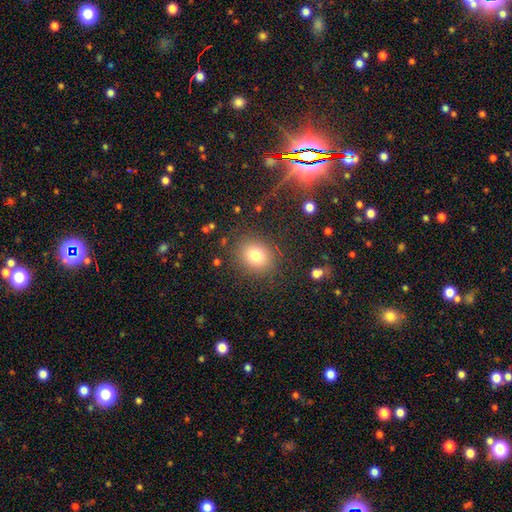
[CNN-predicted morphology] smooth-or-featured: smooth: 78% | star or artifact: 13% | featured or disk: 9%
  how-rounded: round: 66% | in between: 33% | cigar-shaped: 1%
  merging: none: 85% | minor disturbance: 9% | major disturbance: 4% | merger: 2%